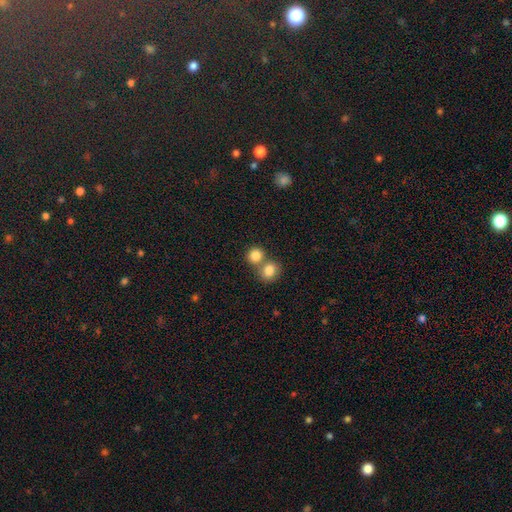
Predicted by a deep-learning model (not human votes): This appears to be a smooth galaxy with no disk features (83%) that is round (82%). Merging: none (46%).